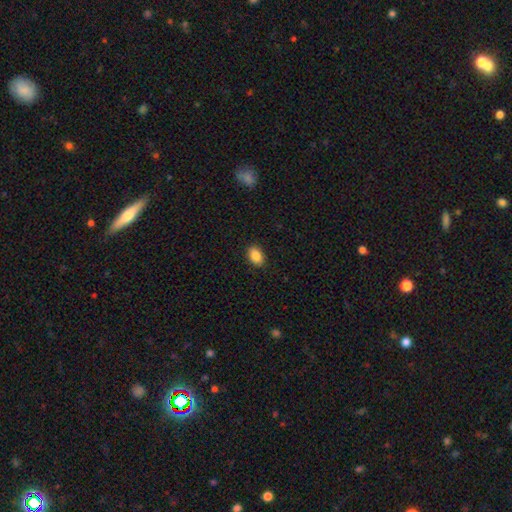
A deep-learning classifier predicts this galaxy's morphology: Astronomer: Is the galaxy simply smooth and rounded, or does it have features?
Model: smooth — 88%.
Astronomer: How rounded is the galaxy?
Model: in between — 84%.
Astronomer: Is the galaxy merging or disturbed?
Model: none — 89%.